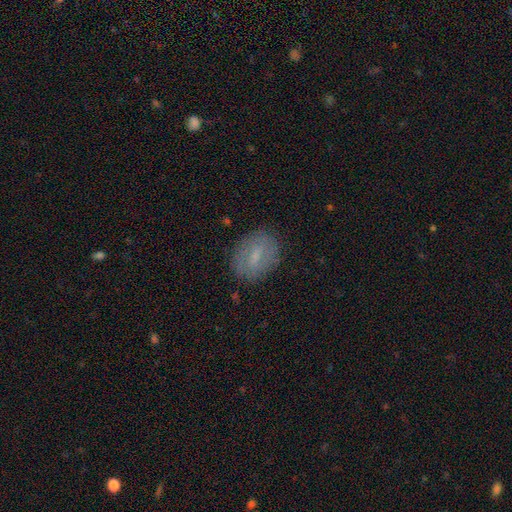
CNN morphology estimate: Overall: smooth (59%; featured or disk 32%). How rounded: in between (68%; round 29%). Merging: none (81%).